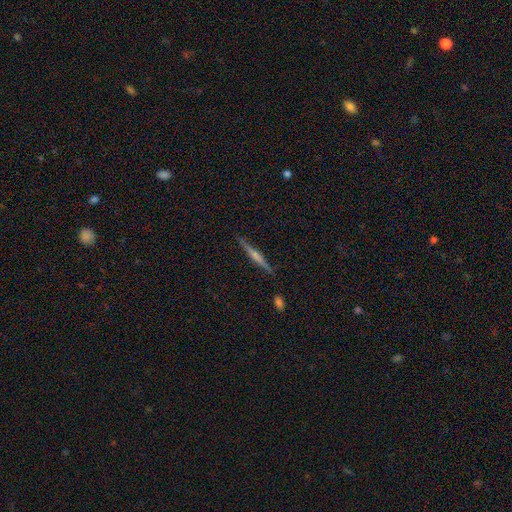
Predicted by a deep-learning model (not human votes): The model was most divided on "edge-on bulge": rounded: 55%, none: 27%, boxy: 18%. More confident: edge-on disk — yes (98%); merging — none (89%); smooth or featured — featured or disk (67%).